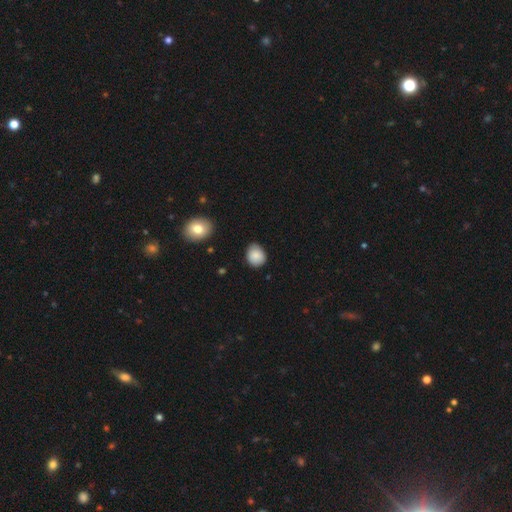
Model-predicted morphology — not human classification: smooth 87%, star or artifact 8%, featured or disk 5%. Down the decision tree: how rounded — round (60%); merging — none (76%).